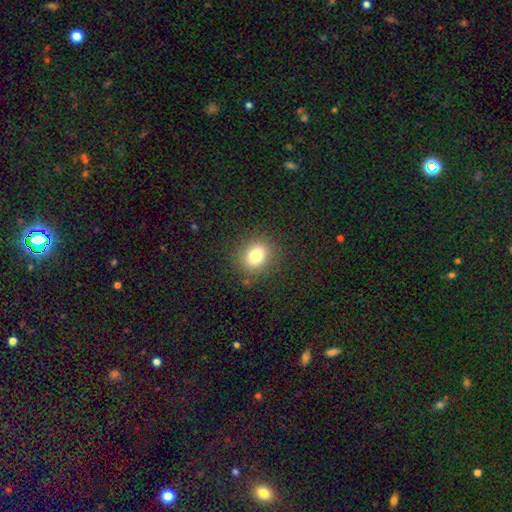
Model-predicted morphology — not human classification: The model was most divided on "how rounded": round: 62%, in between: 37%, cigar-shaped: 1%. More confident: merging — none (86%); smooth or featured — smooth (80%).